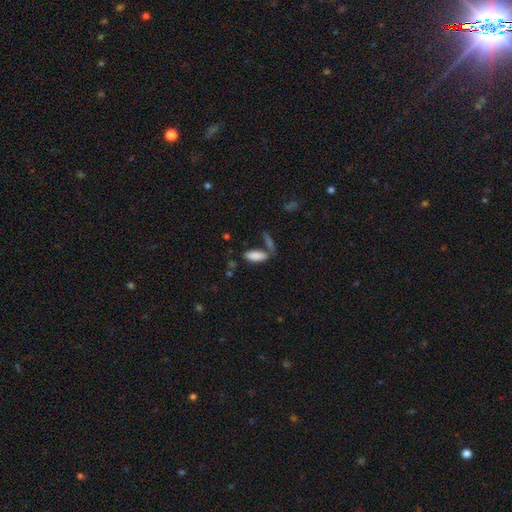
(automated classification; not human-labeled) The model was most divided on "merging": none: 63%, merger: 20%, minor disturbance: 13%, major disturbance: 5%. More confident: smooth or featured — smooth (85%); how rounded — in between (74%).